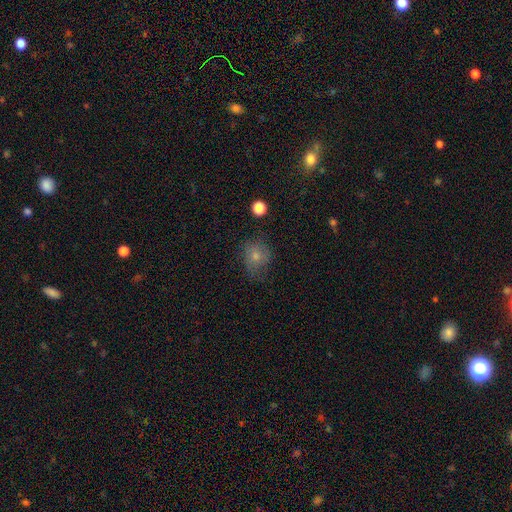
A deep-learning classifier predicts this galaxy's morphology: Overall: smooth (72%). How rounded: round (69%; in between 30%). Merging: none (58%; minor disturbance 27%).